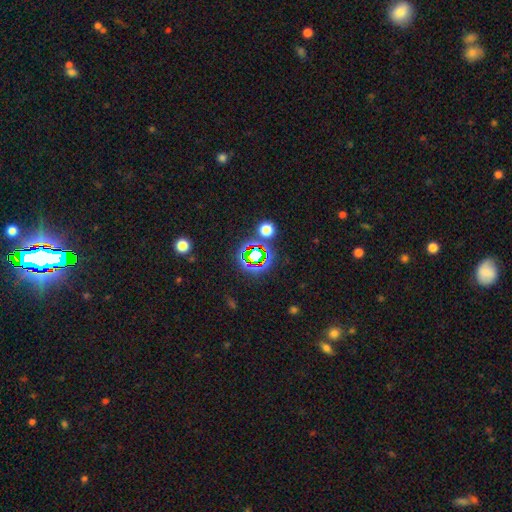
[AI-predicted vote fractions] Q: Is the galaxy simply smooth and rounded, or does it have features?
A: star or artifact — 66%.